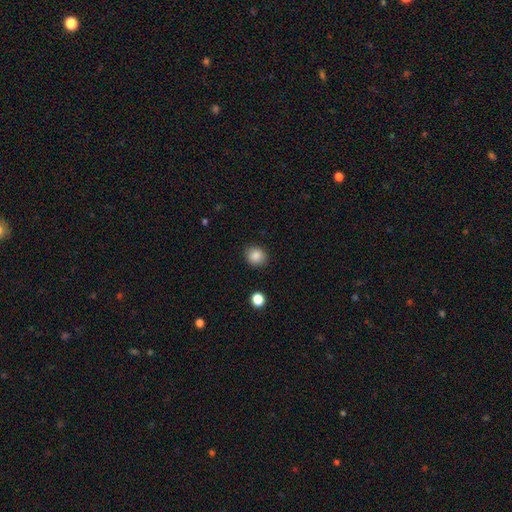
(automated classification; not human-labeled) smooth 86%, star or artifact 10%, featured or disk 4%. Down the decision tree: how rounded — round (79%); merging — none (89%).